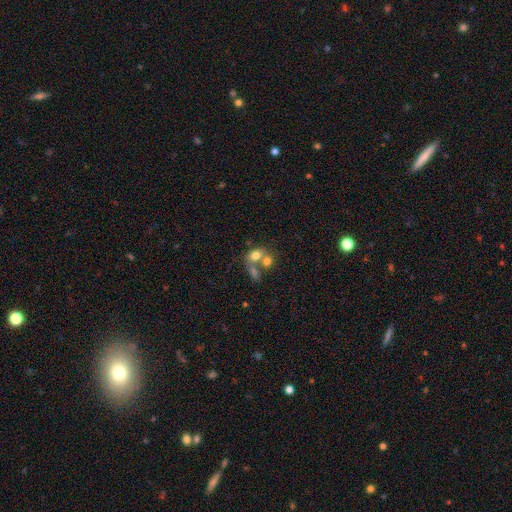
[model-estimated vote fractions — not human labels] Smooth or featured?
  - smooth: 69% *
  - featured or disk: 19%
  - star or artifact: 12%
How rounded?
  - round: 50% *
  - in between: 49%
  - cigar-shaped: 1%
Merging?
  - merger: 58% *
  - none: 27%
  - minor disturbance: 8%
  - major disturbance: 7%